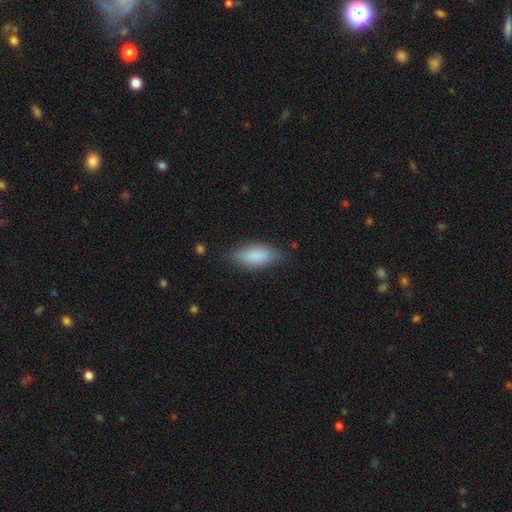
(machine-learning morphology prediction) Smooth or featured? Predicted: smooth (p=0.84). How rounded? Predicted: in between (p=0.78). Merging? Predicted: none (p=0.77).